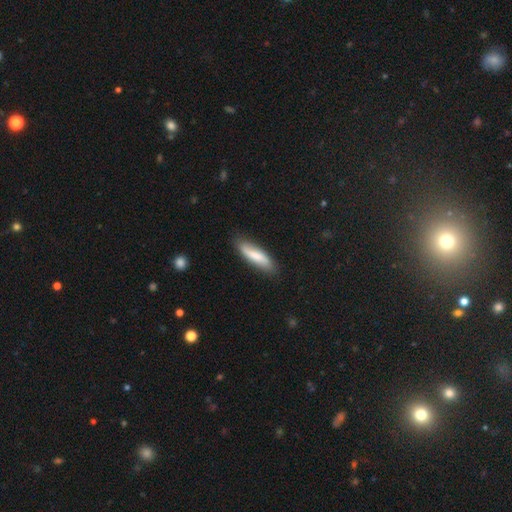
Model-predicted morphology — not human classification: Q: Smooth or featured?
A: smooth (71%); runner-up: featured or disk (24%)
Q: How rounded?
A: cigar-shaped (62%); runner-up: in between (36%)
Q: Merging?
A: none (80%); runner-up: minor disturbance (16%)